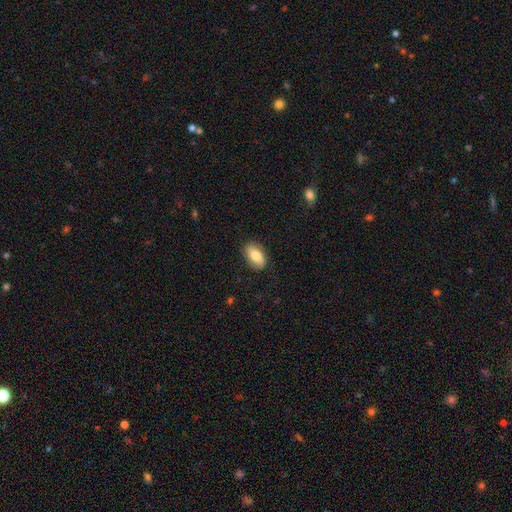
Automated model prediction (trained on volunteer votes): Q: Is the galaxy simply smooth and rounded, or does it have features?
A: smooth — 75%.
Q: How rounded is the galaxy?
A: in between — 91%.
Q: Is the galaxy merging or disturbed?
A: none — 82%.